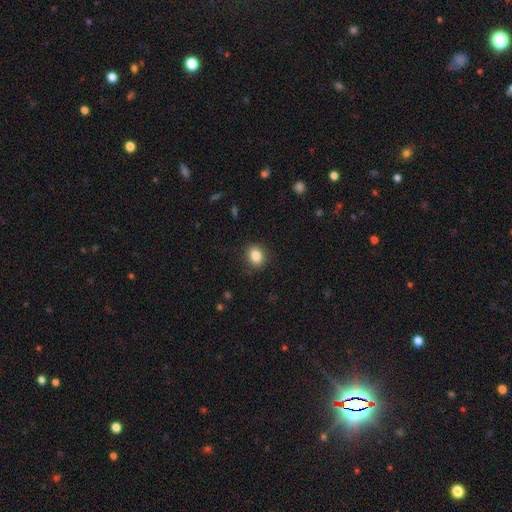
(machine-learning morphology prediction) Smooth or featured?
  - smooth: 85% *
  - star or artifact: 9%
  - featured or disk: 6%
How rounded?
  - round: 52% *
  - in between: 47%
  - cigar-shaped: 1%
Merging?
  - none: 88% *
  - minor disturbance: 8%
  - major disturbance: 2%
  - merger: 1%